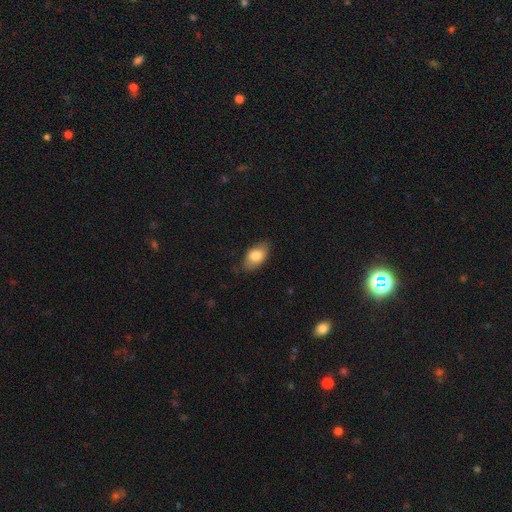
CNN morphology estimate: Q: Smooth or featured?
A: smooth (80%); runner-up: featured or disk (13%)
Q: How rounded?
A: in between (91%); runner-up: round (6%)
Q: Merging?
A: none (77%); runner-up: minor disturbance (18%)